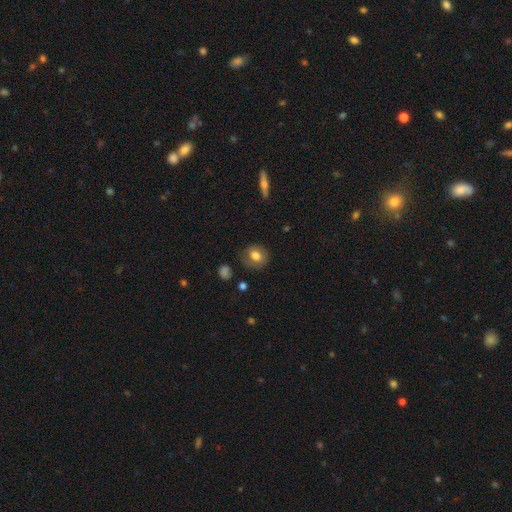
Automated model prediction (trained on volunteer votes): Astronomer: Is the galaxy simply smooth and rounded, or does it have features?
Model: smooth — 70%.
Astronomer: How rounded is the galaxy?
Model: round — 68%.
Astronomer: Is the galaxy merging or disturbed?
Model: none — 75%.